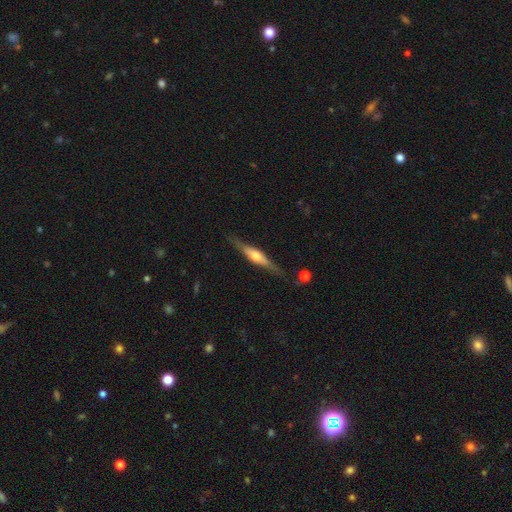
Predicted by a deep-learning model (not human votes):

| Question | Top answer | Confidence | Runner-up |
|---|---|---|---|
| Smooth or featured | featured or disk | 70% | smooth (25%) |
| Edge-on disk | yes | 96% | no (4%) |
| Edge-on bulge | rounded | 85% | boxy (11%) |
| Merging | none | 84% | minor disturbance (11%) |